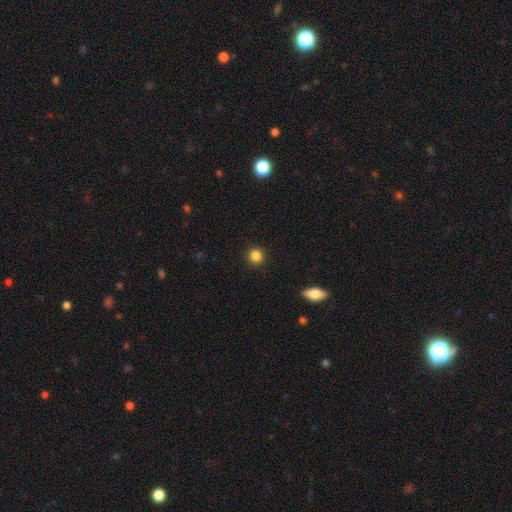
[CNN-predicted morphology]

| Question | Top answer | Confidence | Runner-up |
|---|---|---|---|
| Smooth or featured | smooth | 85% | star or artifact (11%) |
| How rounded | round | 90% | in between (8%) |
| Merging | none | 91% | minor disturbance (6%) |